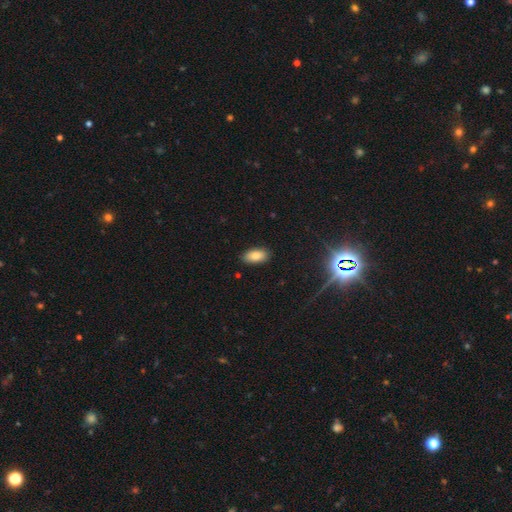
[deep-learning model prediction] A smooth galaxy with no disk features (84%) that is in between round and cigar-shaped (92%). Merging: none (88%).